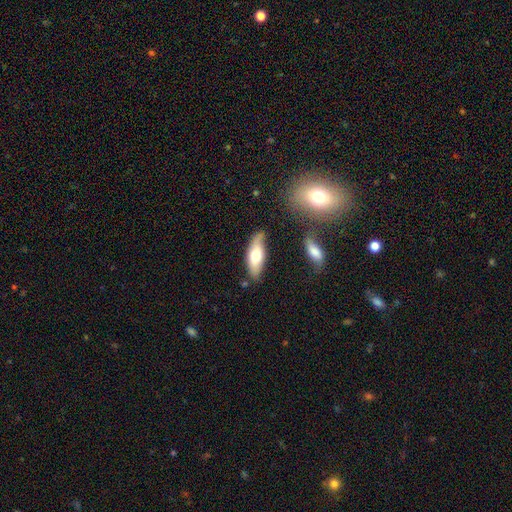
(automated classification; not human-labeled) Smooth or featured? Predicted: smooth (p=0.64). How rounded? Predicted: in between (p=0.69). Merging? Predicted: none (p=0.71).